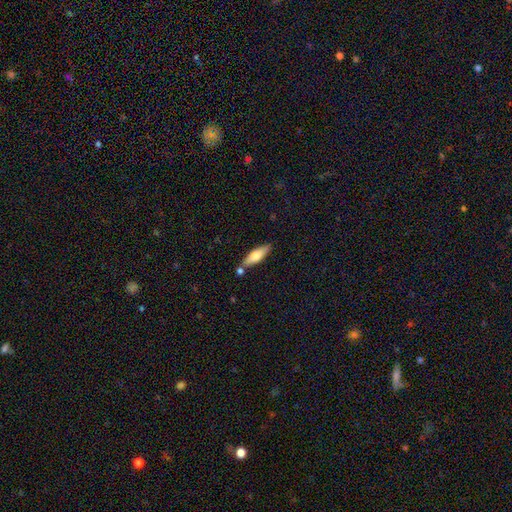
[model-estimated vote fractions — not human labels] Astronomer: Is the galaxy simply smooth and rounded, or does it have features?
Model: smooth — 64%.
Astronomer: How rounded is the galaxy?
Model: cigar-shaped — 53% (runner-up: in between, 45%).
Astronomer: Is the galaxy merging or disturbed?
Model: none — 74%.